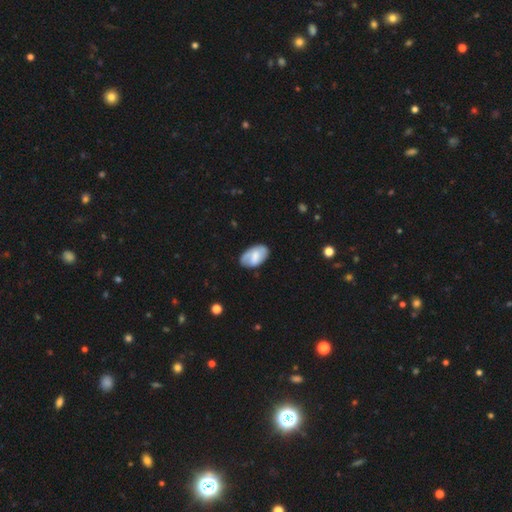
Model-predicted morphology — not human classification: The model was most divided on "smooth or featured": smooth: 63%, featured or disk: 30%, star or artifact: 7%. More confident: how rounded — in between (94%); merging — none (72%).